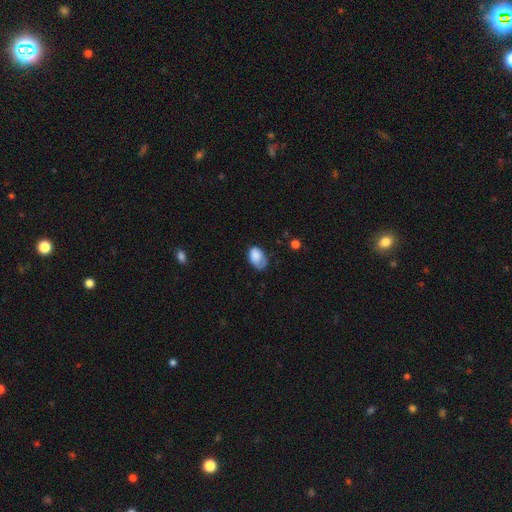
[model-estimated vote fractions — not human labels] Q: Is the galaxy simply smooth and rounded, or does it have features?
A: smooth — 78%.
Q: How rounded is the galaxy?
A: in between — 85%.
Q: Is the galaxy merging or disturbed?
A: none — 44%.